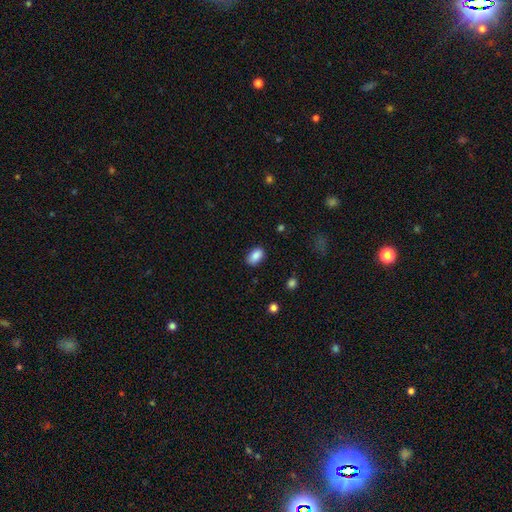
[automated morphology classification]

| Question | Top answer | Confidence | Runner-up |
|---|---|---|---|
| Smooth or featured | smooth | 87% | star or artifact (8%) |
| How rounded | in between | 91% | round (7%) |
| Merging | none | 86% | minor disturbance (10%) |